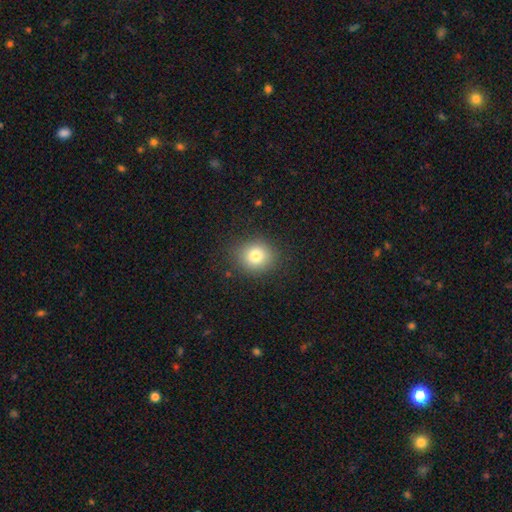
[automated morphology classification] A smooth galaxy with no disk features (78%) that is round (83%).

Vote fractions:
- Smooth or featured? smooth: 78% / star or artifact: 12% / featured or disk: 10%
- How rounded? round: 83% / in between: 16% / cigar-shaped: 1%
- Merging? none: 87% / minor disturbance: 8% / major disturbance: 3% / merger: 1%